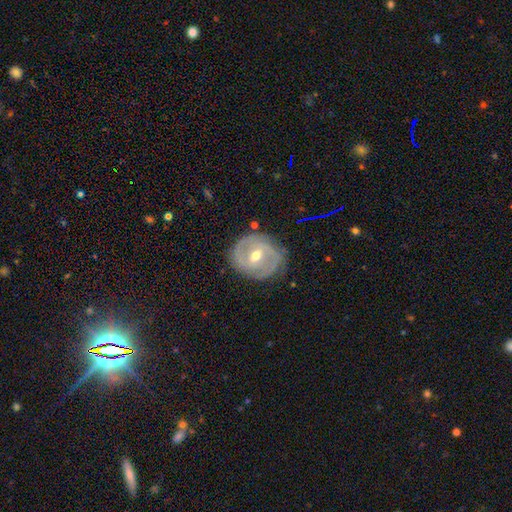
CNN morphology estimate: Smooth or featured? featured or disk (79%)
Edge-on disk? no (96%)
Bar? weak (48%)
Spiral arms? yes (84%)
Spiral winding? tight (52%)
Spiral arm count? 2 (67%)
Bulge size? moderate (63%)
Merging? none (80%)